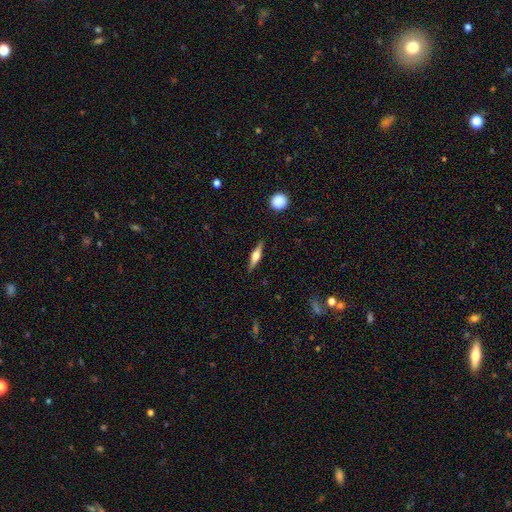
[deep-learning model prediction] Smooth or featured? Predicted: featured or disk (p=0.64). Edge-on disk? Predicted: yes (p=0.97). Edge-on bulge? Predicted: rounded (p=0.90). Merging? Predicted: none (p=0.89).